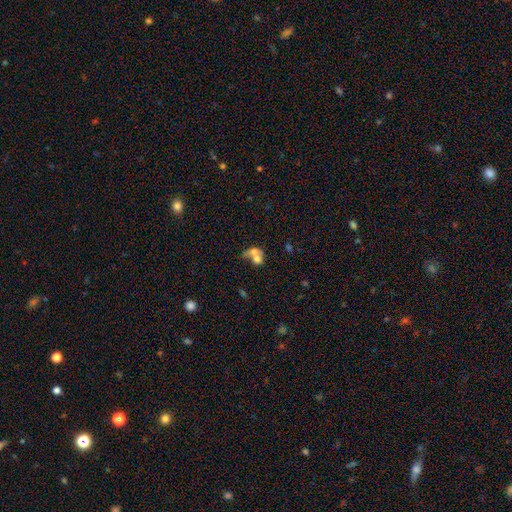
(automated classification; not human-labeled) smooth 62%, featured or disk 26%, star or artifact 12%. Down the decision tree: how rounded — round (51%); merging — merger (67%).